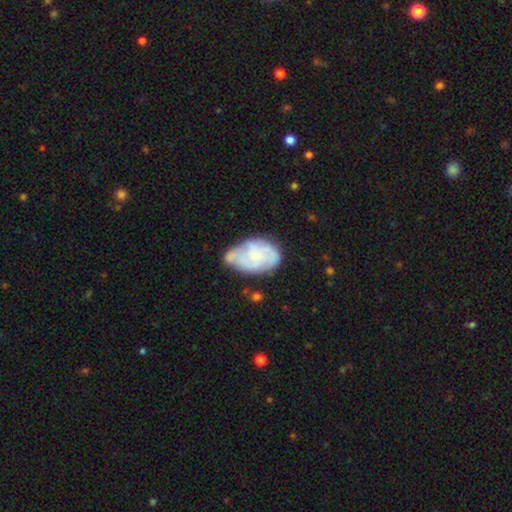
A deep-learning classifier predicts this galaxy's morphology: This is possibly a featured or disk galaxy (53%). It is clearly not viewed edge-on (97%). Bar: likely no (75%). Spiral arm pattern: likely yes (68%). Central bulge: possibly small (49%). Merging: marginally none (39%).